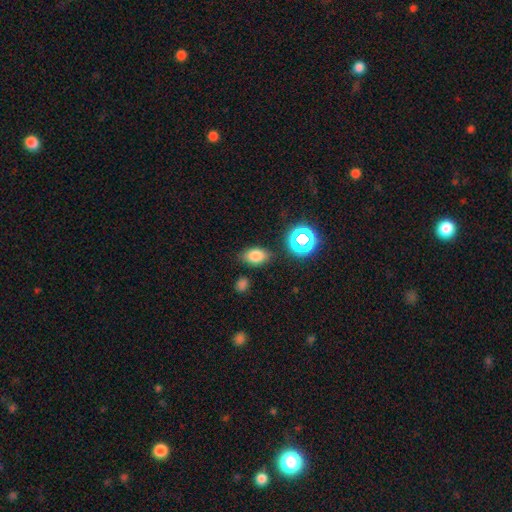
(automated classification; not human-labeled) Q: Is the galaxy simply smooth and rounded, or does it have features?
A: smooth — 77%.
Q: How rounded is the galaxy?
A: in between — 83%.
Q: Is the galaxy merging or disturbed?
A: none — 81%.